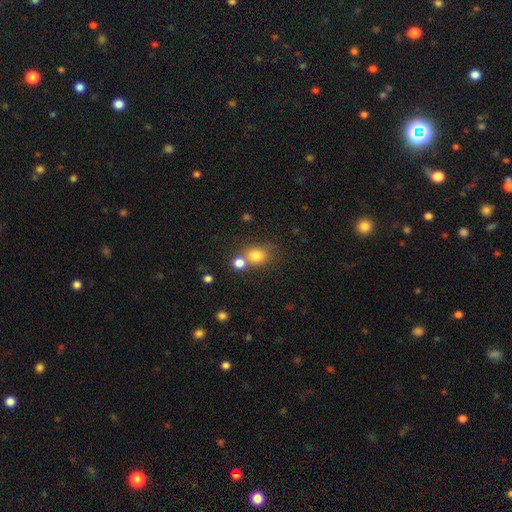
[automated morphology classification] Smooth or featured?
  - smooth: 79% *
  - star or artifact: 12%
  - featured or disk: 8%
How rounded?
  - round: 61% *
  - in between: 38%
  - cigar-shaped: 1%
Merging?
  - none: 51% *
  - merger: 32%
  - minor disturbance: 12%
  - major disturbance: 5%